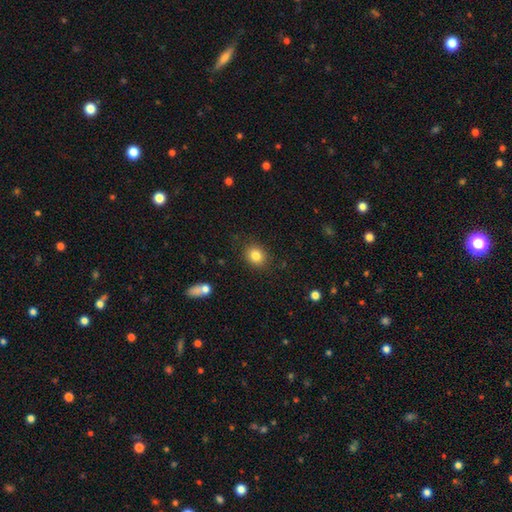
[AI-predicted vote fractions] This is clearly a smooth galaxy (83%). How rounded: likely round (66%). Merging: clearly none (87%).